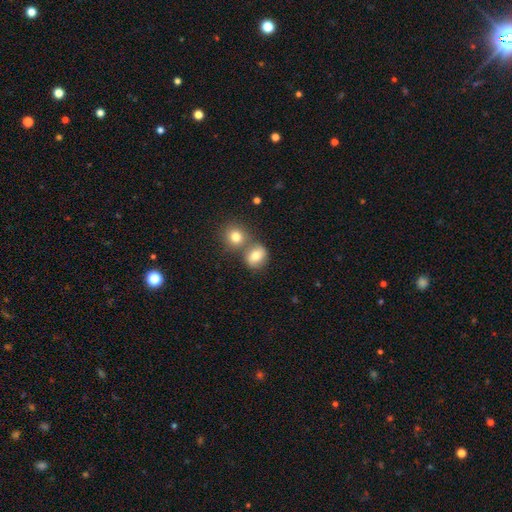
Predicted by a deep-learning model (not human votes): Smooth or featured? Predicted: smooth (p=0.78). How rounded? Predicted: round (p=0.64). Merging? Predicted: none (p=0.50).